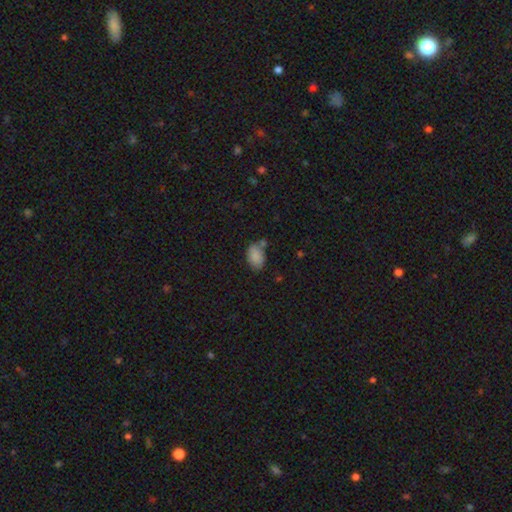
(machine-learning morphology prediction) Smooth or featured? Predicted: smooth (p=0.85). How rounded? Predicted: in between (p=0.86). Merging? Predicted: none (p=0.58).